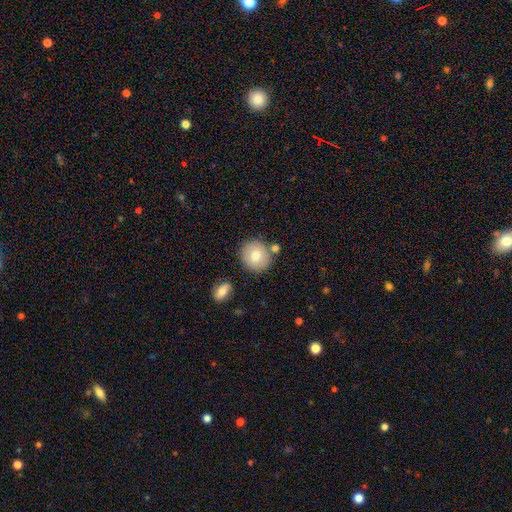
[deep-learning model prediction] Smooth or featured?
  - smooth: 77% *
  - featured or disk: 15%
  - star or artifact: 9%
How rounded?
  - round: 91% *
  - in between: 8%
  - cigar-shaped: 1%
Merging?
  - none: 79% *
  - minor disturbance: 10%
  - merger: 8%
  - major disturbance: 3%